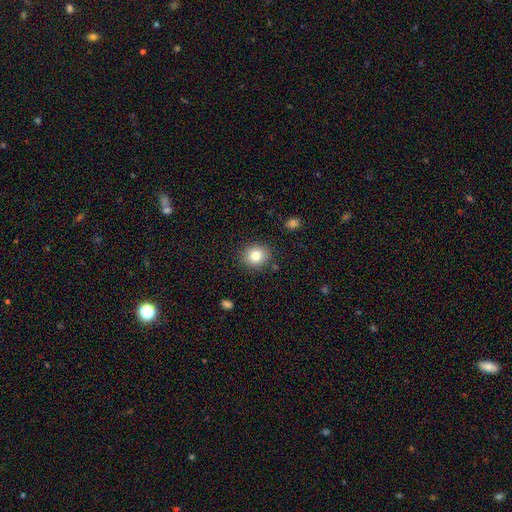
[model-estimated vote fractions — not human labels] Smooth or featured?
  - smooth: 81% *
  - star or artifact: 10%
  - featured or disk: 9%
How rounded?
  - round: 78% *
  - in between: 22%
  - cigar-shaped: 1%
Merging?
  - none: 88% *
  - minor disturbance: 8%
  - major disturbance: 2%
  - merger: 2%